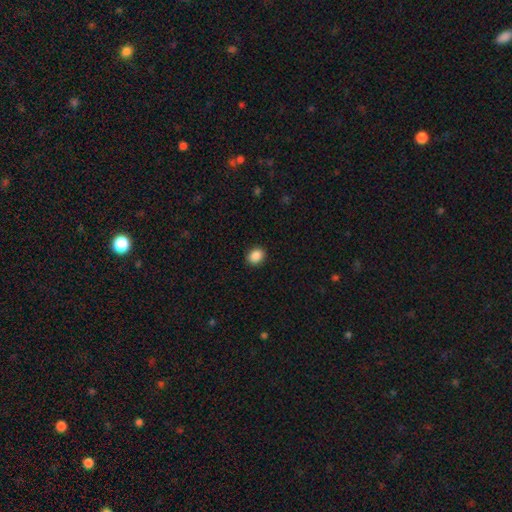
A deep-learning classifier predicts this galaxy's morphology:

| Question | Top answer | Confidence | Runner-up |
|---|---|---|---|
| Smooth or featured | smooth | 89% | star or artifact (9%) |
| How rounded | round | 54% | in between (45%) |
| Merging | none | 91% | minor disturbance (7%) |